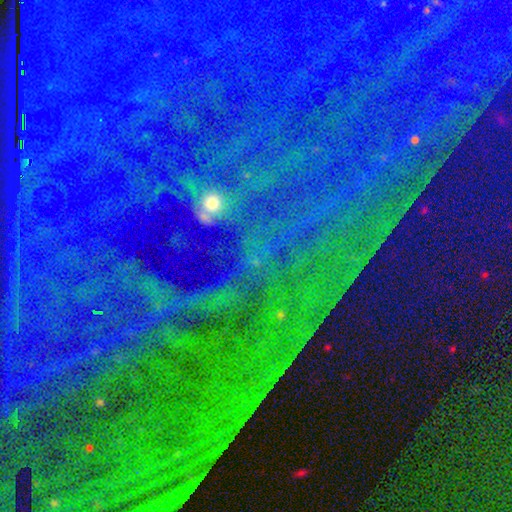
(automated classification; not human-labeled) Smooth or featured? star or artifact (85%)